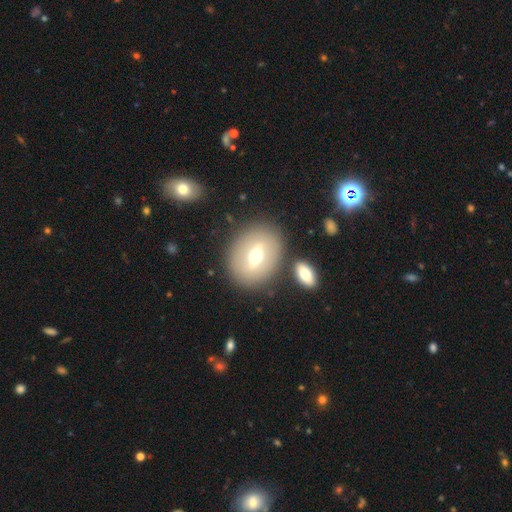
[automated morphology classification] This is possibly a smooth galaxy (47%). Merging: clearly none (81%).